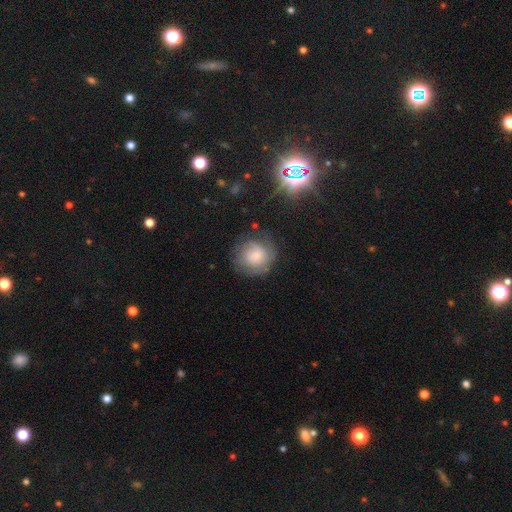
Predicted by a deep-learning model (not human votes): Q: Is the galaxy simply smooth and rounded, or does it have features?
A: smooth — 60%.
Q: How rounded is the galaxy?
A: round — 87%.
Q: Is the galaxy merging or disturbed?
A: none — 66%.